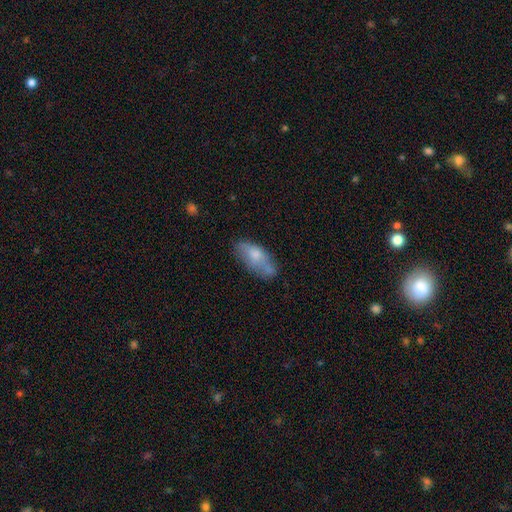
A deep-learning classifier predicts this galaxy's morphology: The model was most divided on "merging": none: 53%, minor disturbance: 28%, major disturbance: 10%, merger: 8%. More confident: how rounded — in between (83%); smooth or featured — smooth (65%).